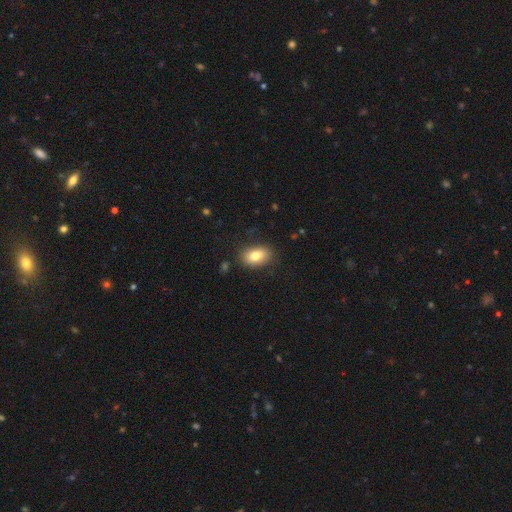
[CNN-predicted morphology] smooth_or_featured: smooth (p=0.81) [alt: featured or disk p=0.11]
how_rounded: in between (p=0.87) [alt: round p=0.12]
merging: none (p=0.84) [alt: minor disturbance p=0.12]